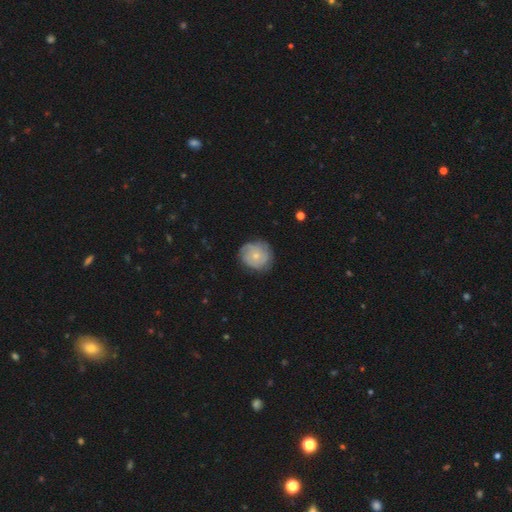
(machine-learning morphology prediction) A featured or disk galaxy (58%) with no bar (84%), spiral arms (83%) and a small central bulge (59%). Merging: none (76%).